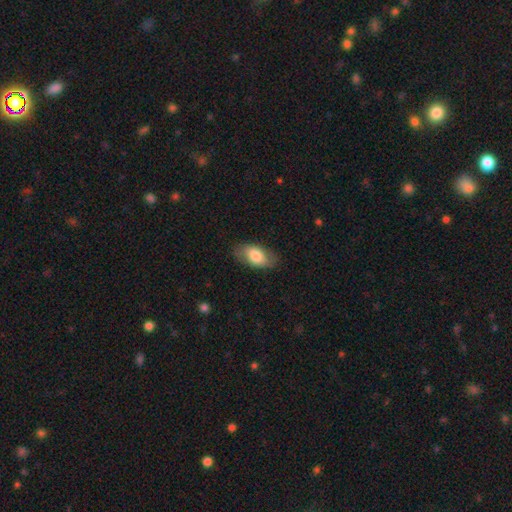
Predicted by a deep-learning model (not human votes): A smooth galaxy with no disk features (79%) that is in between round and cigar-shaped (92%). Merging: none (78%).